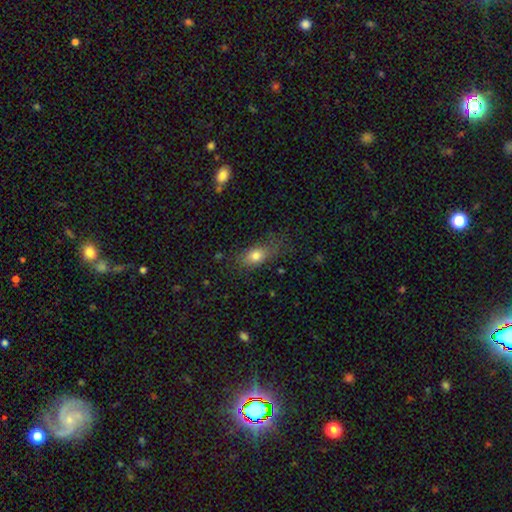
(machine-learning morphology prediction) Smooth or featured? smooth (78%)
How rounded? in between (80%)
Merging? none (62%)